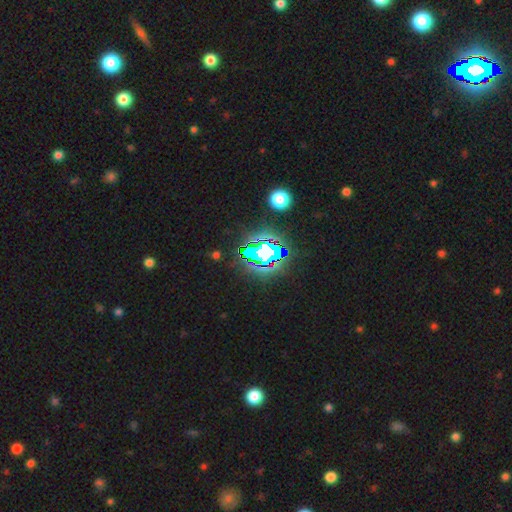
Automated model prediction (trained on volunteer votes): star or artifact 79%, smooth 13%, featured or disk 8%.